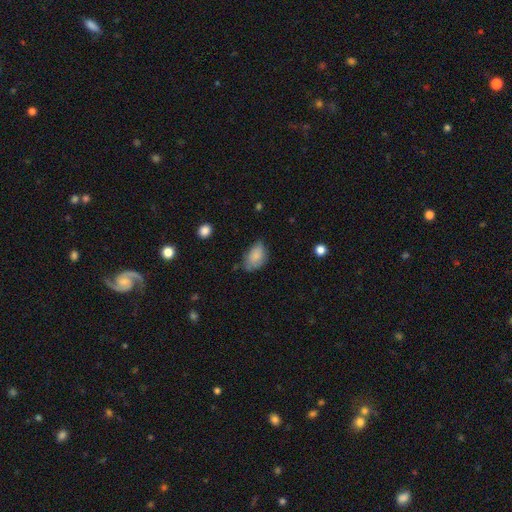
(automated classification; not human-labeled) smooth 84%, featured or disk 9%, star or artifact 7%. Down the decision tree: how rounded — in between (89%); merging — none (56%).